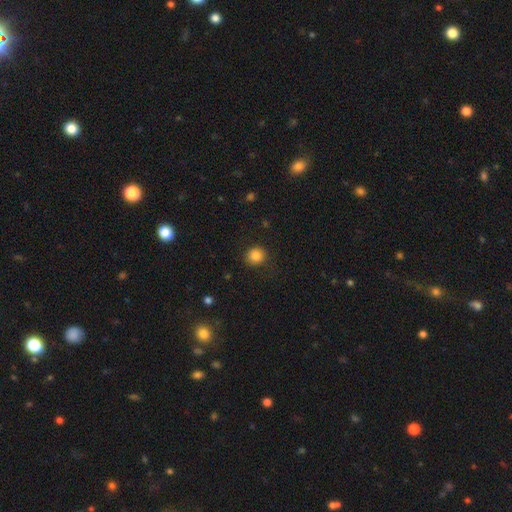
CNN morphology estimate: The model was most divided on "smooth or featured": smooth: 85%, star or artifact: 11%, featured or disk: 4%. More confident: how rounded — round (89%); merging — none (87%).